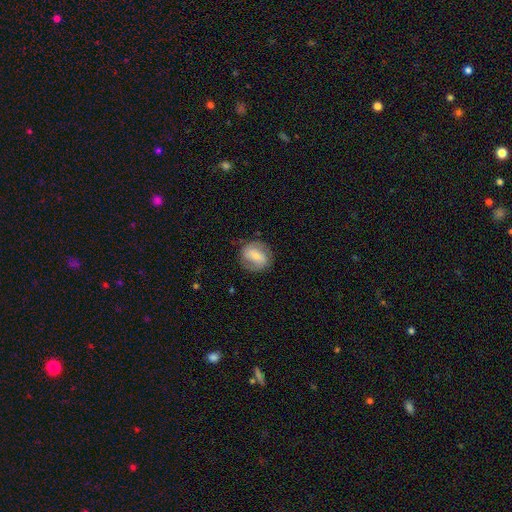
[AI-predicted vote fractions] This appears to be a featured or disk galaxy (50%). Merging: none (77%).